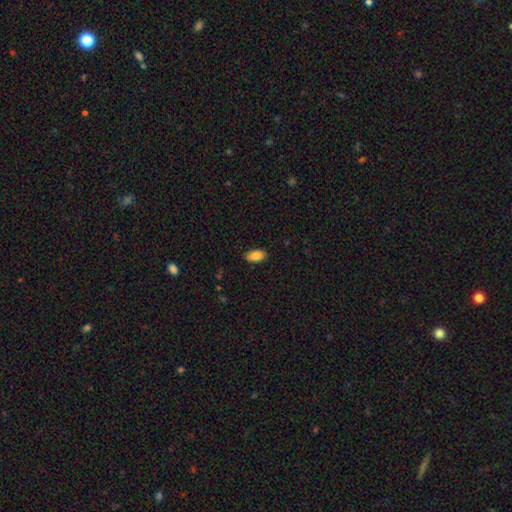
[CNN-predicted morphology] Smooth or featured? smooth (86%)
How rounded? in between (93%)
Merging? none (88%)